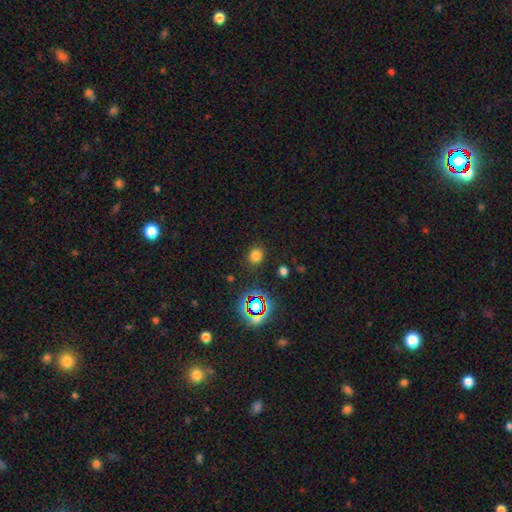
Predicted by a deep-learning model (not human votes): Smooth or featured?
  - smooth: 75% *
  - star or artifact: 20%
  - featured or disk: 6%
How rounded?
  - round: 79% *
  - in between: 20%
  - cigar-shaped: 1%
Merging?
  - none: 87% *
  - minor disturbance: 8%
  - major disturbance: 3%
  - merger: 2%